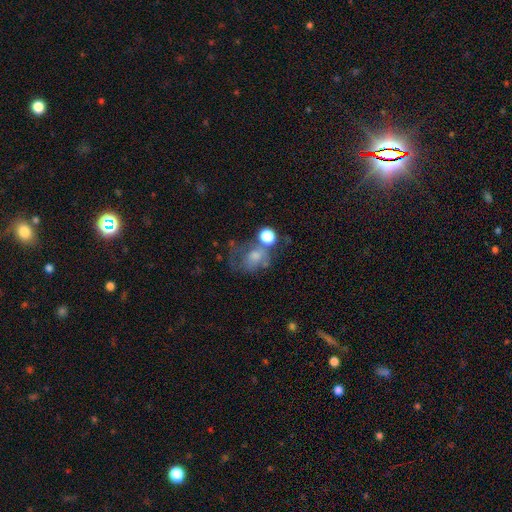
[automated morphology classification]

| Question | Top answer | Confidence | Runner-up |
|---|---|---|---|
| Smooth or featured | smooth | 57% | featured or disk (28%) |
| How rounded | round | 52% | in between (47%) |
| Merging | major disturbance | 31% | none (27%) |